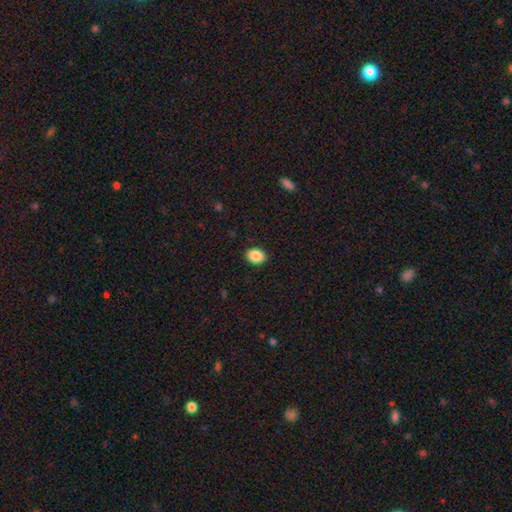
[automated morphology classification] smooth-or-featured: smooth: 88% | star or artifact: 8% | featured or disk: 4%
  how-rounded: in between: 65% | round: 34% | cigar-shaped: 1%
  merging: none: 90% | minor disturbance: 7% | major disturbance: 2% | merger: 1%